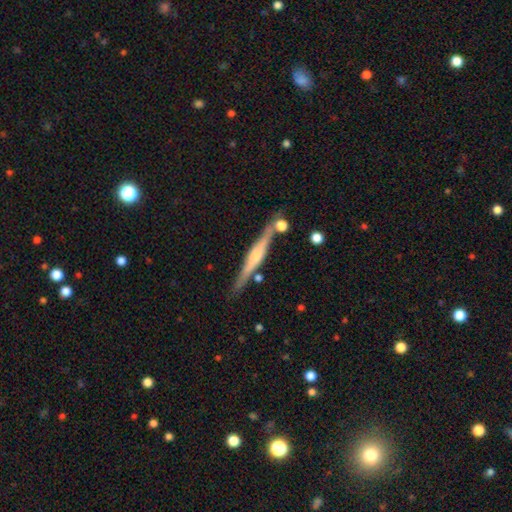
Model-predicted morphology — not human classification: This is likely a featured or disk galaxy (70%). It is clearly viewed edge-on (97%). Edge-on bulge: likely rounded (77%). Merging: clearly none (80%).